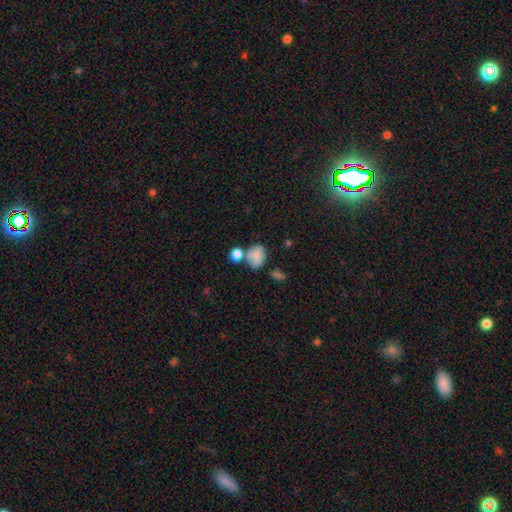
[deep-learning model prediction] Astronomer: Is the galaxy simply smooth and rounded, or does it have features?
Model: smooth — 72%.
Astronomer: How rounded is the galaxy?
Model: in between — 55% (runner-up: round, 43%).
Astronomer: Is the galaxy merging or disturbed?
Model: none — 42% (runner-up: merger, 28%).